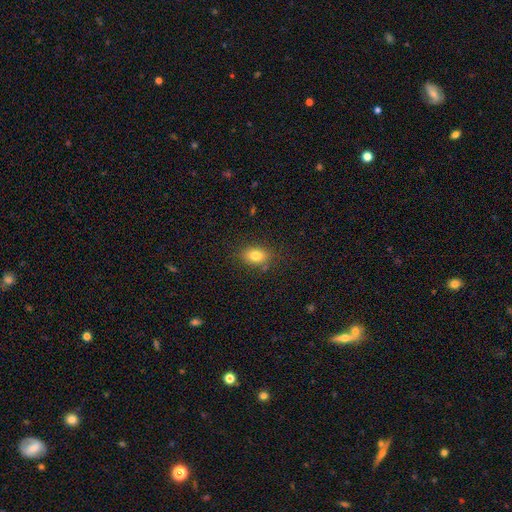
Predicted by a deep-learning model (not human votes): Q: Smooth or featured?
A: smooth (81%); runner-up: star or artifact (11%)
Q: How rounded?
A: in between (77%); runner-up: round (21%)
Q: Merging?
A: none (81%); runner-up: minor disturbance (13%)